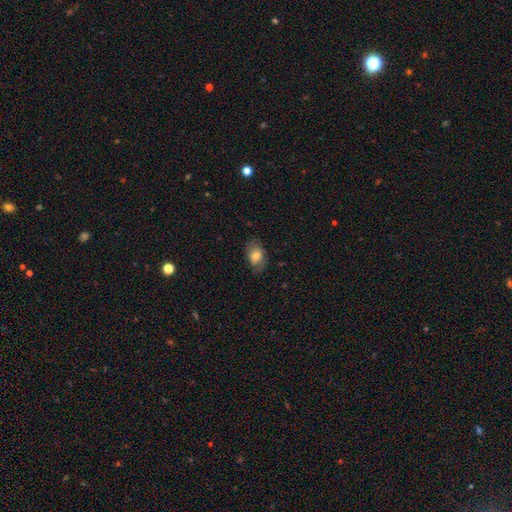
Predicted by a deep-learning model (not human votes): The model was most divided on "smooth or featured": smooth: 69%, featured or disk: 23%, star or artifact: 8%. More confident: how rounded — in between (86%); merging — none (75%).